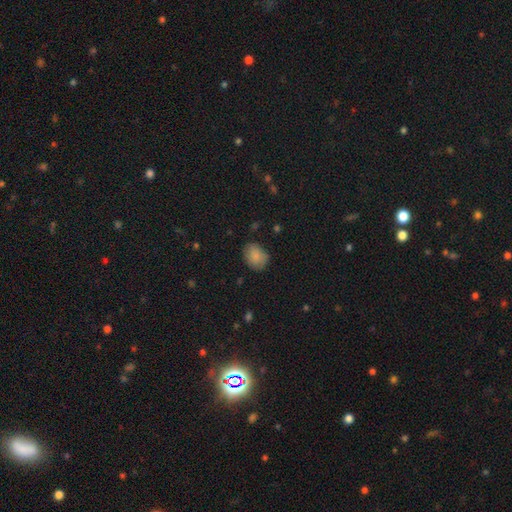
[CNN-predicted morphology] This is clearly a smooth galaxy (85%). How rounded: possibly in between (53%). Merging: likely none (76%).